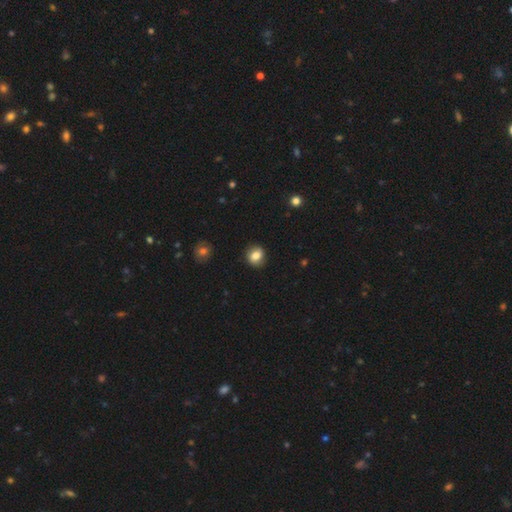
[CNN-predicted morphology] Q: Smooth or featured?
A: smooth (80%); runner-up: featured or disk (10%)
Q: How rounded?
A: round (72%); runner-up: in between (27%)
Q: Merging?
A: none (86%); runner-up: minor disturbance (10%)